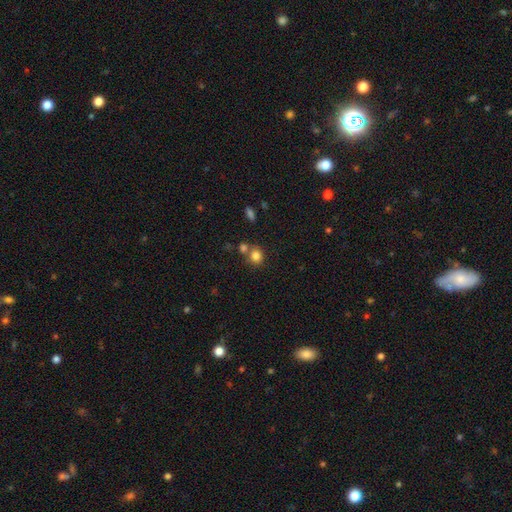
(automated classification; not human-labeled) A smooth galaxy with no disk features (81%) that is round (80%). Merging: none (61%).